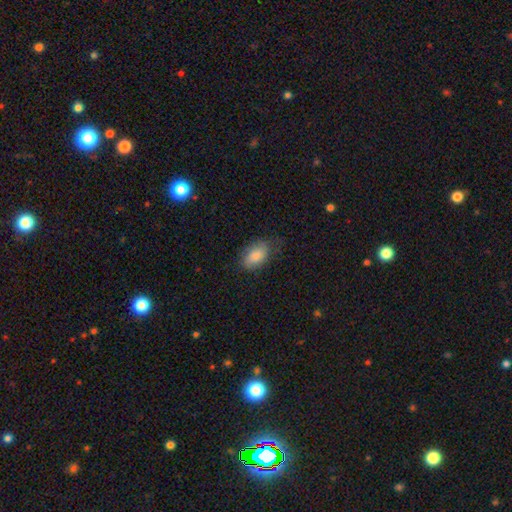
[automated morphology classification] The model was most divided on "merging": none: 71%, minor disturbance: 23%, major disturbance: 5%, merger: 1%. More confident: how rounded — in between (91%); smooth or featured — smooth (82%).